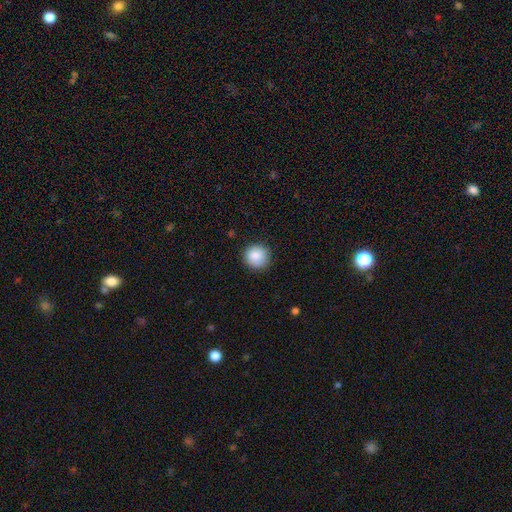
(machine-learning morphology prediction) Q: Smooth or featured?
A: smooth (88%); runner-up: star or artifact (8%)
Q: How rounded?
A: round (94%); runner-up: in between (5%)
Q: Merging?
A: none (88%); runner-up: minor disturbance (9%)